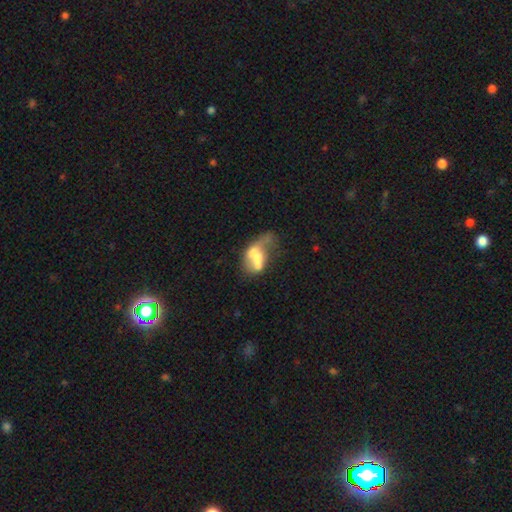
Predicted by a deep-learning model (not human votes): smooth-or-featured: featured or disk: 52% | smooth: 38% | star or artifact: 11%
  disk-edge-on: no: 96% | yes: 4%
  merging: merger: 57% | major disturbance: 19% | none: 14% | minor disturbance: 10%